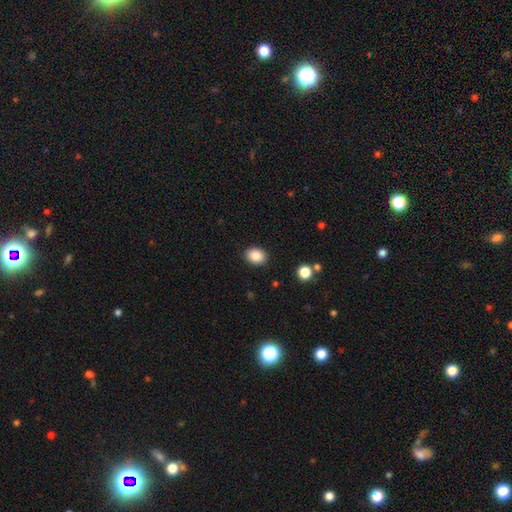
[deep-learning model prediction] Smooth or featured? Predicted: smooth (p=0.87). How rounded? Predicted: in between (p=0.62). Merging? Predicted: none (p=0.89).